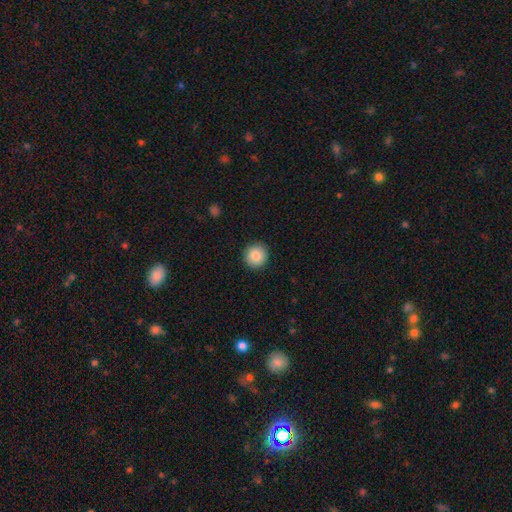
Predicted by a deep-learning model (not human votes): A smooth galaxy with no disk features (85%) that is round (93%).

Vote fractions:
- Smooth or featured? smooth: 85% / star or artifact: 8% / featured or disk: 6%
- How rounded? round: 93% / in between: 6% / cigar-shaped: 1%
- Merging? none: 92% / minor disturbance: 5% / major disturbance: 2% / merger: 1%